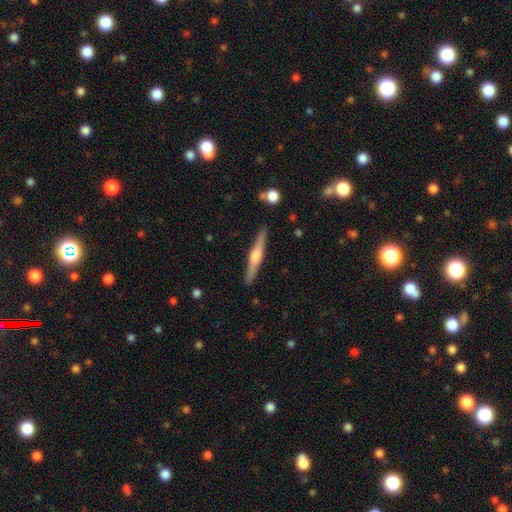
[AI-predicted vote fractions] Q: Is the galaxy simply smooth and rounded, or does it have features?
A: featured or disk — 71%.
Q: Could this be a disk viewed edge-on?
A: yes — 98%.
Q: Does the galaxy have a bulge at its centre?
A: rounded — 88%.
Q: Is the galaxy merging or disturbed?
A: none — 90%.